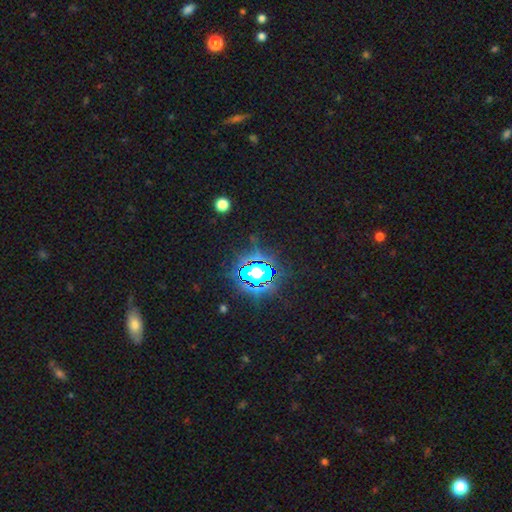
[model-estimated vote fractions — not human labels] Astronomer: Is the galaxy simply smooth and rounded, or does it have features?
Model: star or artifact — 78%.